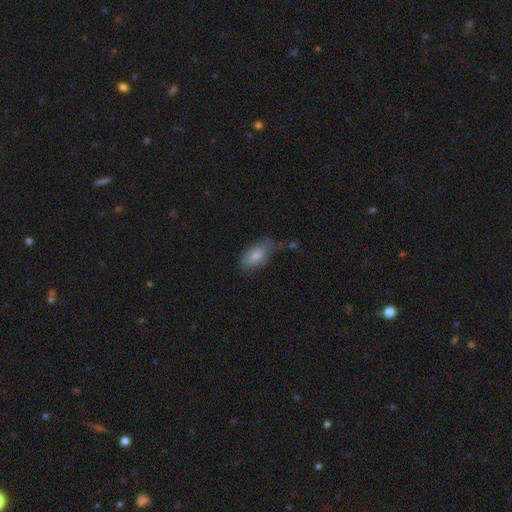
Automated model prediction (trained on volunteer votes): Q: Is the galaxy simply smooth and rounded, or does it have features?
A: smooth — 81%.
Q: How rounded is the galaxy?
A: in between — 88%.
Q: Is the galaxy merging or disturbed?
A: none — 60%.